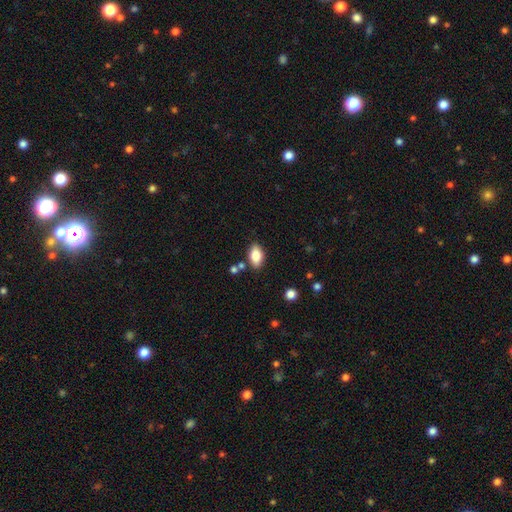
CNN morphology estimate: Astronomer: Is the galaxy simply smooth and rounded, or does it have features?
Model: smooth — 83%.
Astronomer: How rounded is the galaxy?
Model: in between — 91%.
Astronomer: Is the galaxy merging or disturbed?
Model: none — 83%.